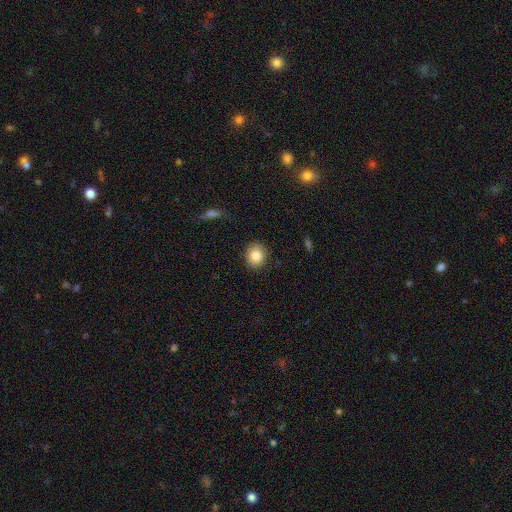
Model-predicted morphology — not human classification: Smooth or featured: smooth — 84% (star or artifact — 9%)
How rounded: round — 78% (in between — 21%)
Merging: none — 89% (minor disturbance — 8%)